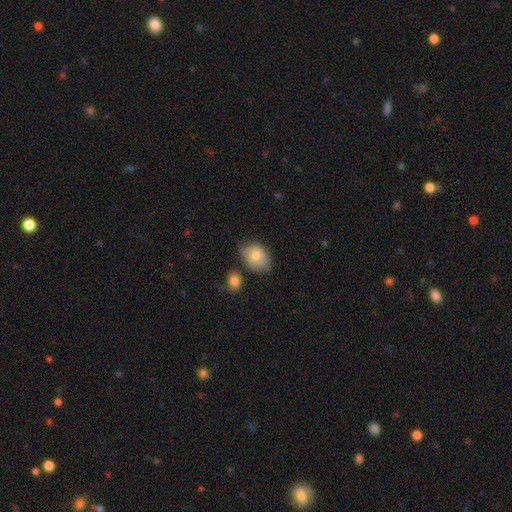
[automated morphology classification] Smooth or featured?
  - smooth: 71% *
  - featured or disk: 21%
  - star or artifact: 7%
How rounded?
  - in between: 69% *
  - round: 30%
  - cigar-shaped: 1%
Merging?
  - none: 50% *
  - minor disturbance: 35%
  - major disturbance: 9%
  - merger: 7%